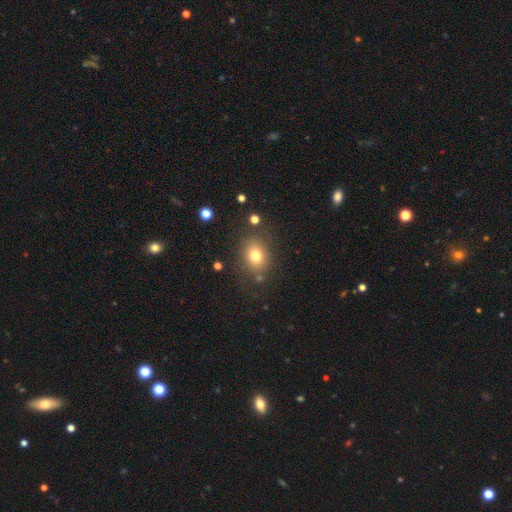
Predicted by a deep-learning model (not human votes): This is likely a smooth galaxy (75%). How rounded: possibly round (51%). Merging: likely none (78%).